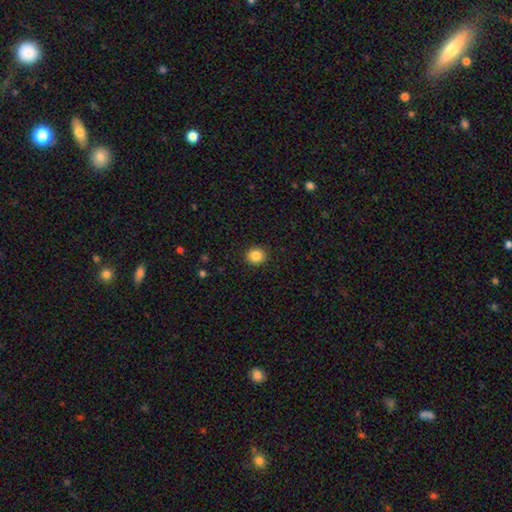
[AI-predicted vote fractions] smooth_or_featured: smooth (p=0.85) [alt: star or artifact p=0.10]
how_rounded: round (p=0.89) [alt: in between p=0.10]
merging: none (p=0.92) [alt: minor disturbance p=0.05]